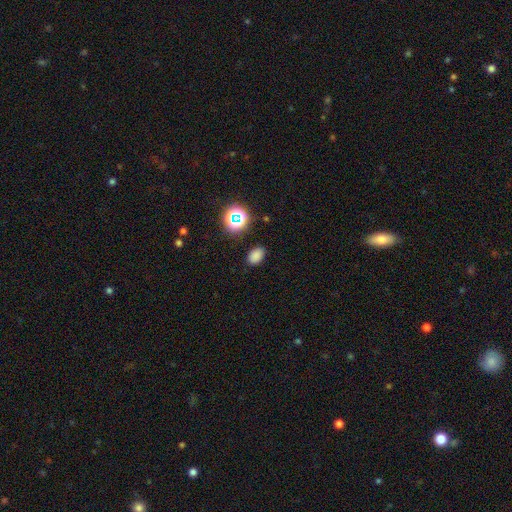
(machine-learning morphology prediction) This appears to be a smooth galaxy with no disk features (78%) that is in between round and cigar-shaped (82%). Merging: none (85%).